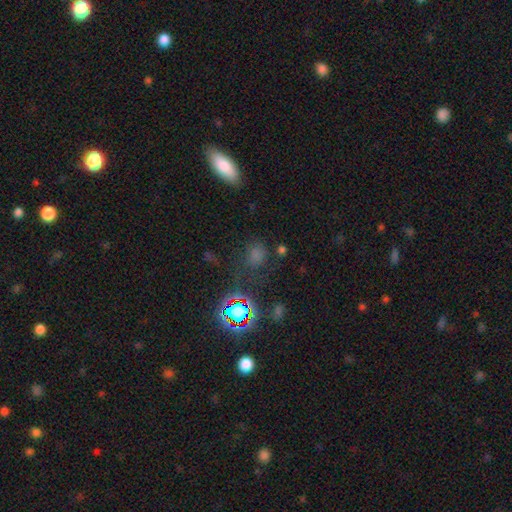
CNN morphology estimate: This is possibly a smooth galaxy (56%). How rounded: likely round (65%). Merging: likely none (69%).